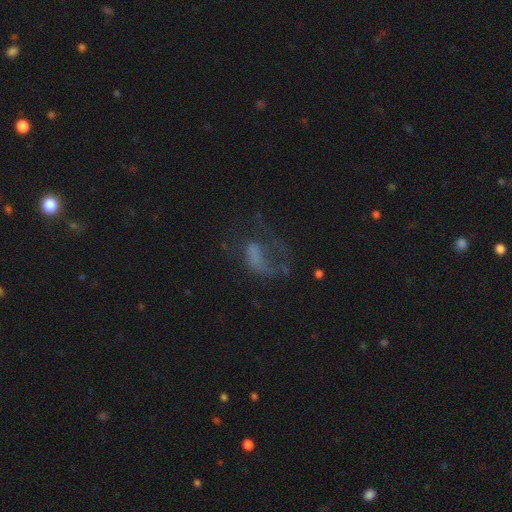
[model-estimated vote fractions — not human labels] Smooth or featured? Predicted: featured or disk (p=0.46). Merging? Predicted: major disturbance (p=0.54).